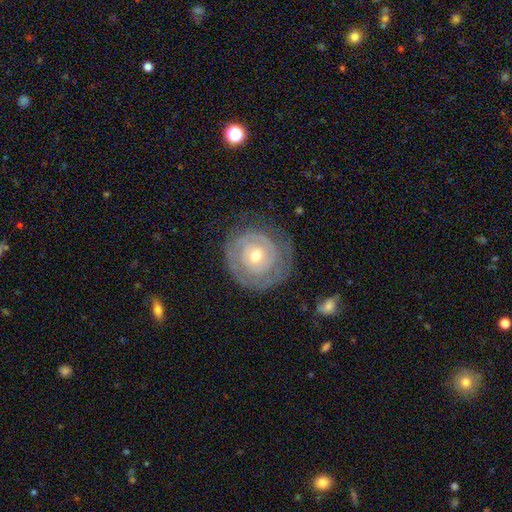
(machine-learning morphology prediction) This is likely a featured or disk galaxy (70%). It is clearly not viewed edge-on (97%). Bar: likely no (80%). Spiral arm pattern: likely yes (68%). Central bulge: possibly moderate (58%). Merging: likely none (66%).